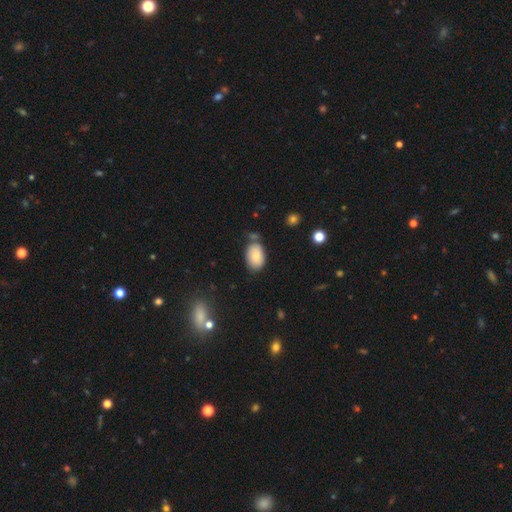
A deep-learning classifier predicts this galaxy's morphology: Smooth or featured: smooth — 80% (featured or disk — 12%)
How rounded: in between — 88% (round — 10%)
Merging: none — 69% (minor disturbance — 19%)